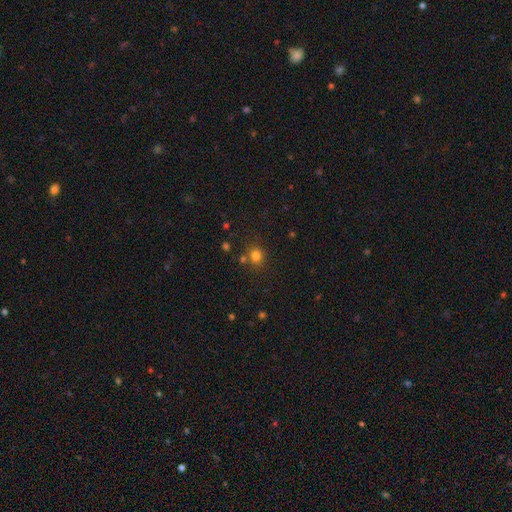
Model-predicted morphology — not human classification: Smooth or featured?
  - smooth: 79% *
  - star or artifact: 15%
  - featured or disk: 6%
How rounded?
  - round: 83% *
  - in between: 16%
  - cigar-shaped: 1%
Merging?
  - none: 76% *
  - merger: 10%
  - minor disturbance: 10%
  - major disturbance: 3%